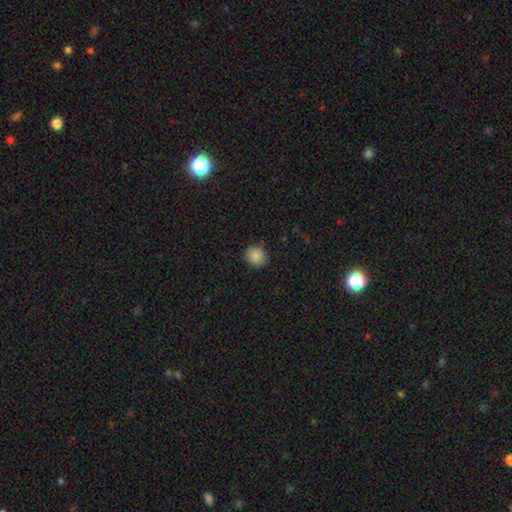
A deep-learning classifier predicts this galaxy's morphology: Smooth or featured? Predicted: smooth (p=0.87). How rounded? Predicted: round (p=0.86). Merging? Predicted: none (p=0.89).